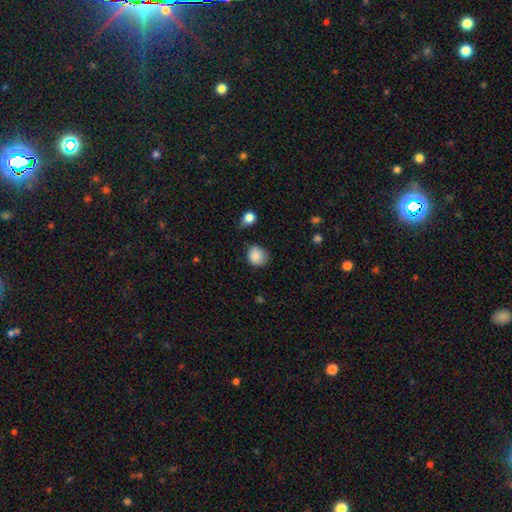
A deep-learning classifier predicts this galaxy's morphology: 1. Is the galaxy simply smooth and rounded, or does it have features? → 85% smooth, 9% star or artifact, 6% featured or disk.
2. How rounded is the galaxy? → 71% round, 28% in between, 1% cigar-shaped.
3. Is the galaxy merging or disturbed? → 63% none, 29% minor disturbance, 6% major disturbance, 2% merger.